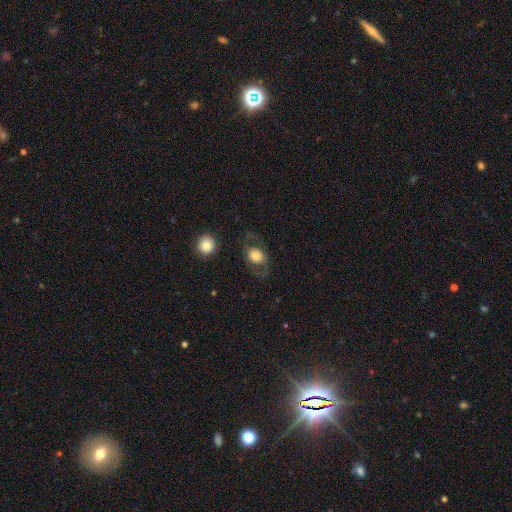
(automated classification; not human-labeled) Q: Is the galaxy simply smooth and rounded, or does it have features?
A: smooth — 61%.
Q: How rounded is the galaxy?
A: in between — 54%.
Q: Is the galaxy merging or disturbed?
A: none — 68%.